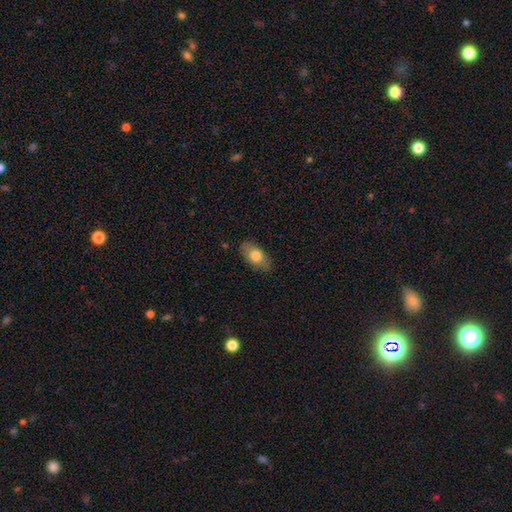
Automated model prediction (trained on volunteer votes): A smooth galaxy with no disk features (73%) that is in between round and cigar-shaped (90%).

Vote fractions:
- Smooth or featured? smooth: 73% / featured or disk: 20% / star or artifact: 6%
- How rounded? in between: 90% / round: 6% / cigar-shaped: 4%
- Merging? none: 82% / minor disturbance: 14% / major disturbance: 3% / merger: 1%